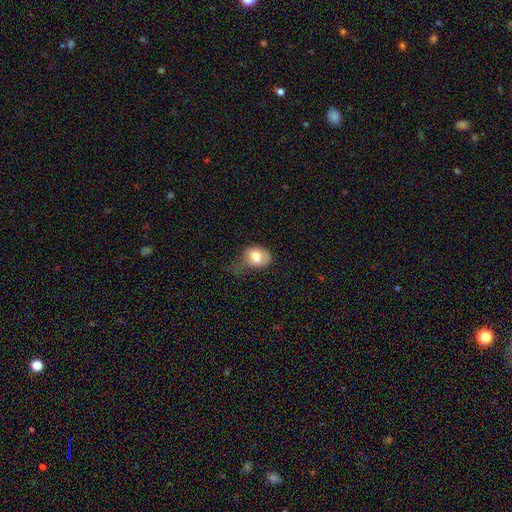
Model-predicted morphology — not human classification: Smooth or featured: smooth — 75% (featured or disk — 16%)
How rounded: in between — 62% (round — 37%)
Merging: minor disturbance — 36% (major disturbance — 33%)